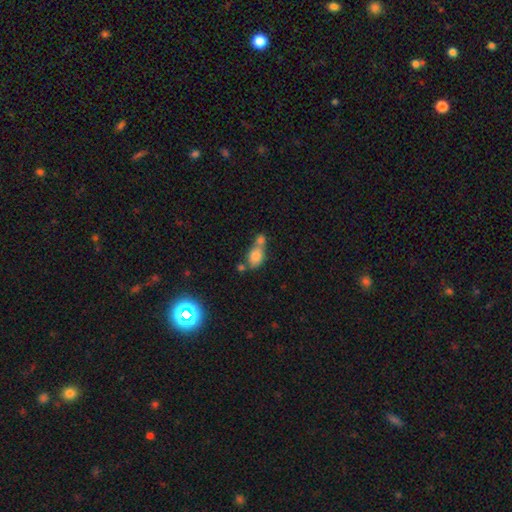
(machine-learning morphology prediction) This is likely a smooth galaxy (76%). How rounded: likely in between (68%). Merging: possibly merger (58%).